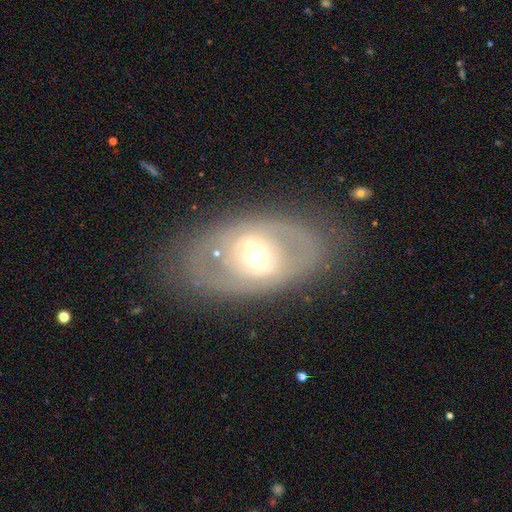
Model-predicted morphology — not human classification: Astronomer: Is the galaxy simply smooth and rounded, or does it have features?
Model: featured or disk — 69%.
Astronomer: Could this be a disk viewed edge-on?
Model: no — 91%.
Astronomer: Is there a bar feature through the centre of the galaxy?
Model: weak — 37% (runner-up: no, 34%).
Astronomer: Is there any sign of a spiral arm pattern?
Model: no — 65%.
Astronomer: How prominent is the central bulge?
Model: moderate — 62%.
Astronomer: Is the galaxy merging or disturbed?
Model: none — 75%.